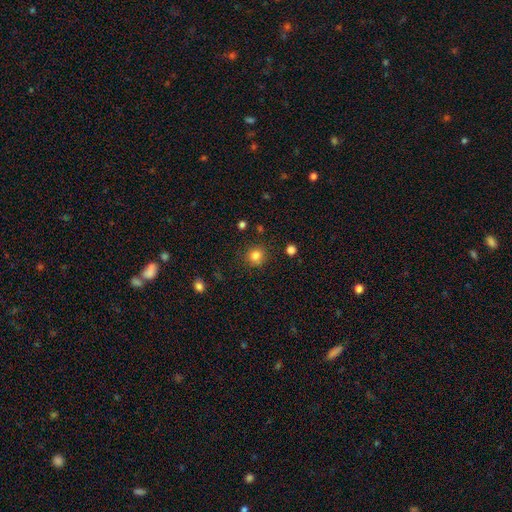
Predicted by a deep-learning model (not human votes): This appears to be a smooth galaxy with no disk features (83%) that is round (90%). Merging: none (86%).